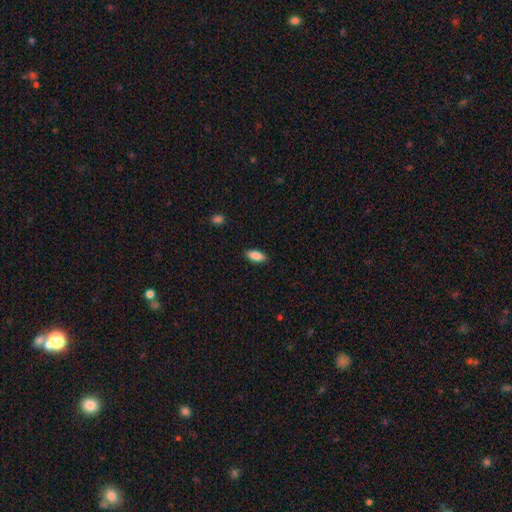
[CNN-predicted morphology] type=smooth (86%); roundness=in between (86%); merging=none (88%).